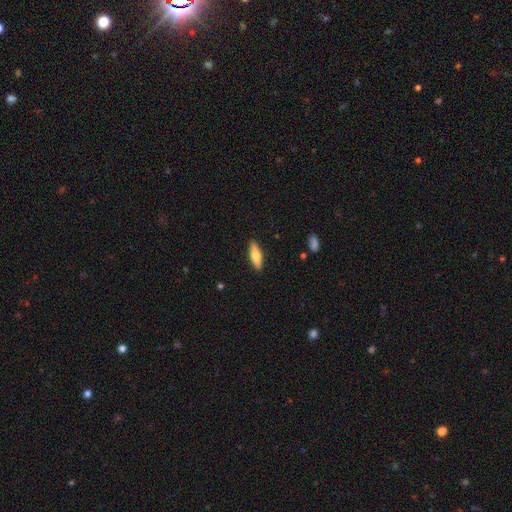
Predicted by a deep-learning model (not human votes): Smooth or featured: smooth — 62% (featured or disk — 32%)
How rounded: cigar-shaped — 50% (in between — 48%)
Merging: none — 90% (minor disturbance — 7%)